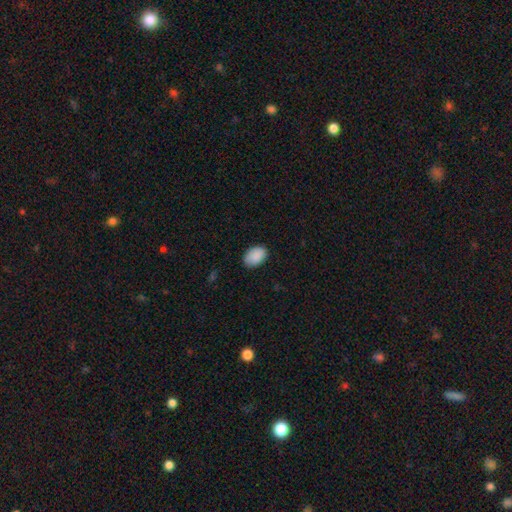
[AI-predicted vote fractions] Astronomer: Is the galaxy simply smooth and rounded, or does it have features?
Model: smooth — 90%.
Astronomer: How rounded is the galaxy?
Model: in between — 88%.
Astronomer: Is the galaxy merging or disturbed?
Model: none — 82%.